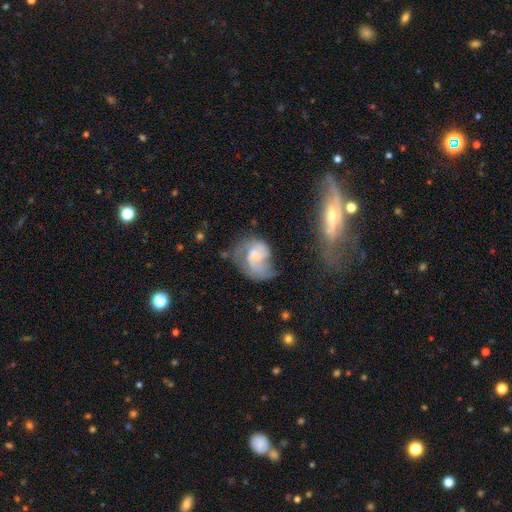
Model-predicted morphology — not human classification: The model was most divided on "merging": none: 35%, major disturbance: 34%, minor disturbance: 24%, merger: 7%. Remaining: edge-on disk — no (98%); spiral arms — yes (84%); smooth or featured — featured or disk (67%); bar — no (64%); spiral arm count — 2 (51%); spiral winding — medium (43%); bulge size — none (33%).